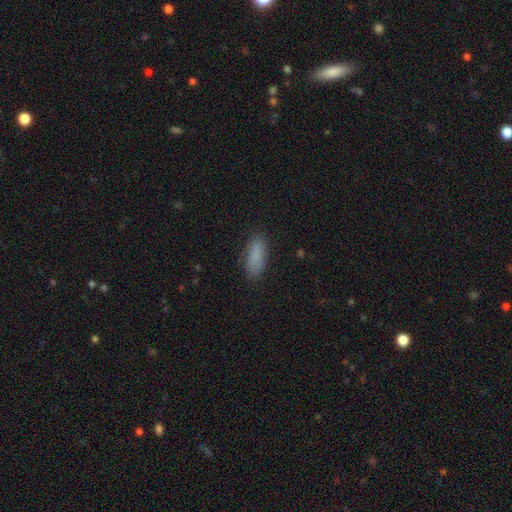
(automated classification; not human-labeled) Smooth or featured?
  - smooth: 86% *
  - star or artifact: 7%
  - featured or disk: 6%
How rounded?
  - in between: 67% *
  - cigar-shaped: 31%
  - round: 2%
Merging?
  - none: 86% *
  - minor disturbance: 11%
  - major disturbance: 3%
  - merger: 1%